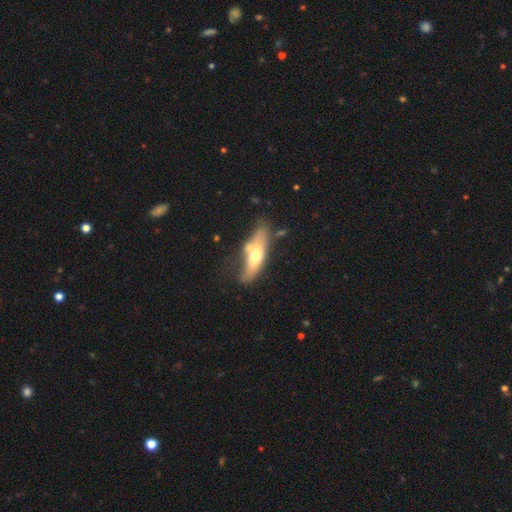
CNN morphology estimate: This is possibly a smooth galaxy (50%). Merging: marginally none (43%).